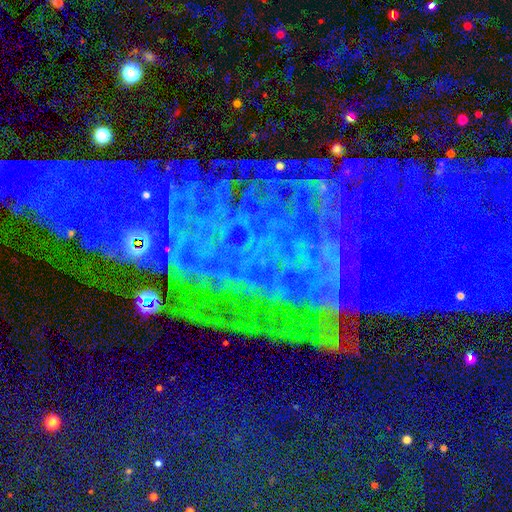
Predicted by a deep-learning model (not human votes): Overall: star or artifact (74%).